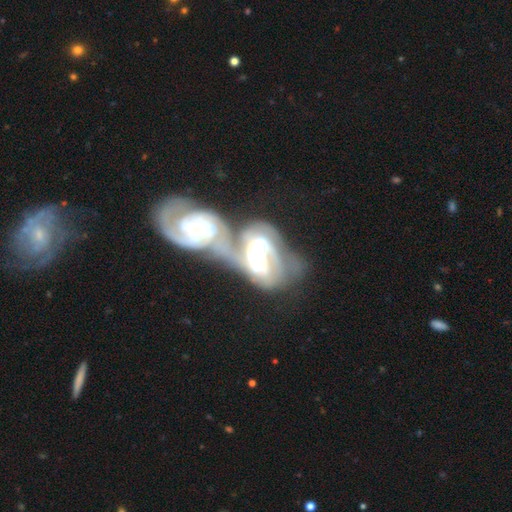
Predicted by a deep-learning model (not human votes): smooth-or-featured: featured or disk: 79% | smooth: 14% | star or artifact: 7%
  disk-edge-on: no: 96% | yes: 4%
    bar: no: 48% | weak: 31% | strong: 22%
    has-spiral-arms: yes: 76% | no: 24%
      spiral-winding: tight: 44% | medium: 36% | loose: 21%
      spiral-arm-count: 2: 44% | can't tell: 37% | 1: 8% | 3: 6% | 4: 3% | more than 4: 2%
    bulge-size: moderate: 45% | large: 25% | small: 20% | none: 6% | dominant: 4%
  merging: merger: 83% | major disturbance: 9% | none: 5% | minor disturbance: 3%